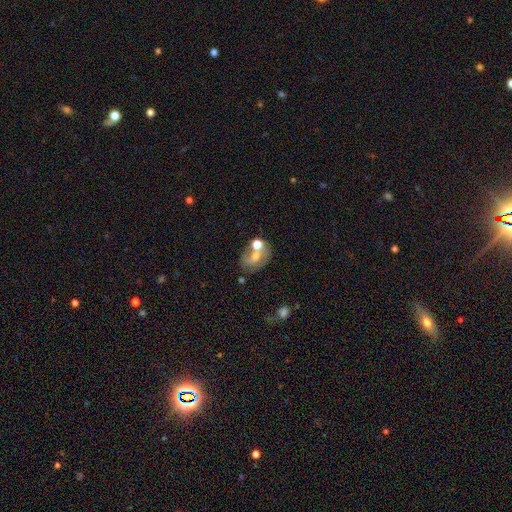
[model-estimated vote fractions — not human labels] This is possibly a featured or disk galaxy (54%). It is clearly not viewed edge-on (97%). Bar: possibly no (52%). Spiral arm pattern: likely yes (65%). Central bulge: possibly moderate (49%). Merging: marginally none (42%).